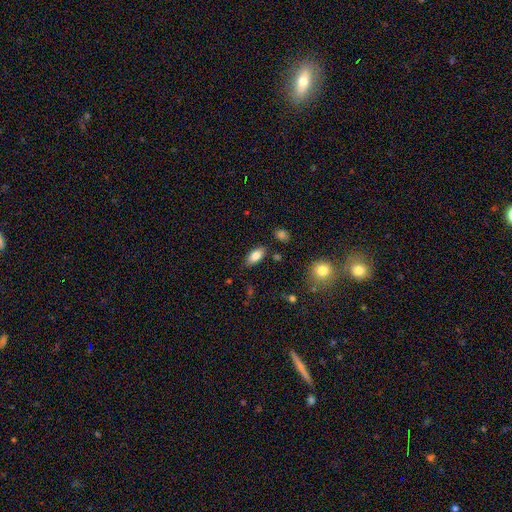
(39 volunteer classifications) Smooth or featured? 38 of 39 (97%) said smooth. How rounded? 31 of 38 (82%) said in between. Merging? 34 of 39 (87%) said none.